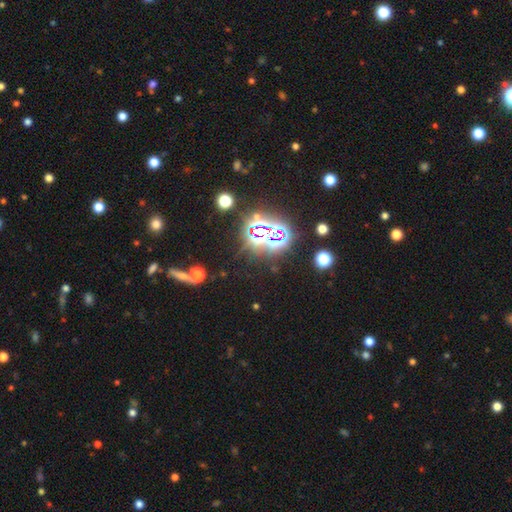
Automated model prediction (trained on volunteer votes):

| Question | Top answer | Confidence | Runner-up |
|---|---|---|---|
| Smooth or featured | star or artifact | 79% | smooth (13%) |